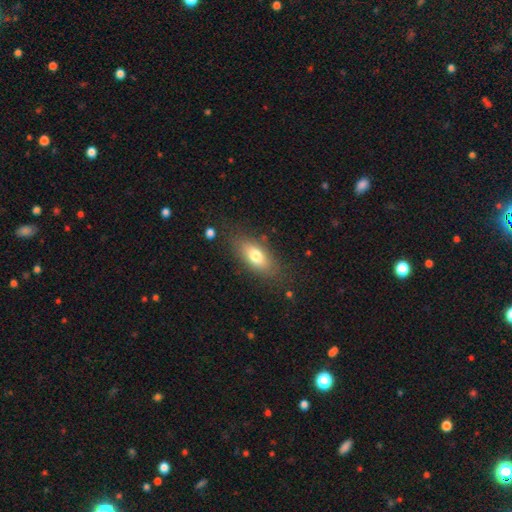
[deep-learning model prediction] smooth-or-featured: smooth: 74% | featured or disk: 18% | star or artifact: 8%
  how-rounded: in between: 84% | cigar-shaped: 11% | round: 5%
  merging: none: 79% | minor disturbance: 14% | major disturbance: 5% | merger: 2%